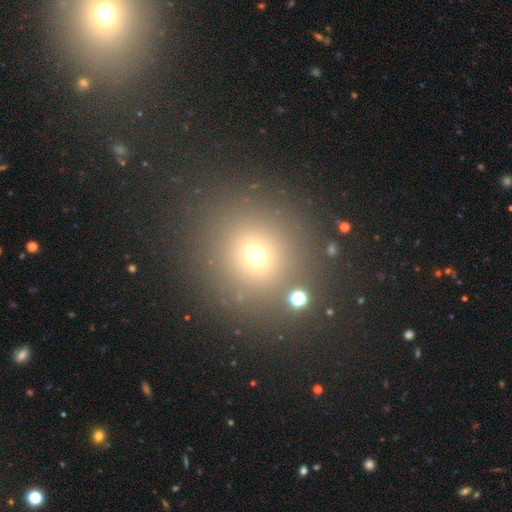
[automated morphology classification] Smooth or featured? Predicted: smooth (p=0.63). How rounded? Predicted: round (p=0.88). Merging? Predicted: none (p=0.83).